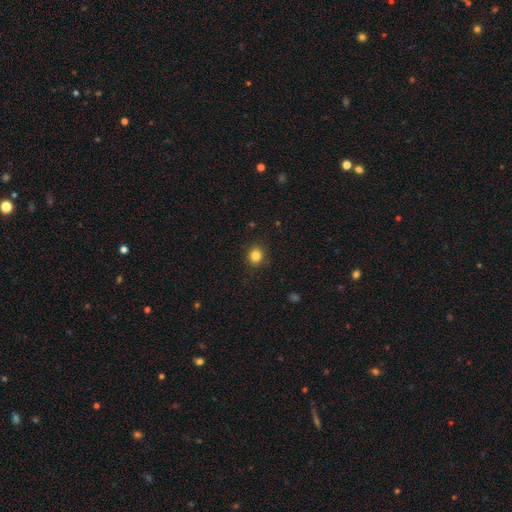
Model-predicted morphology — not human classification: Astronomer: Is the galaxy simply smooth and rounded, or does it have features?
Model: smooth — 83%.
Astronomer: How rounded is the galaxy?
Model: round — 82%.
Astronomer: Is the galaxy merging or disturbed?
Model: none — 90%.